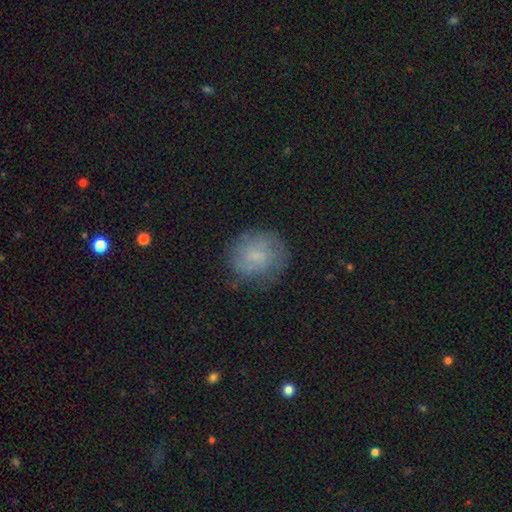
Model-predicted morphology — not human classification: A smooth galaxy with no disk features (55%) that is round (82%).

Vote fractions:
- Smooth or featured? smooth: 55% / featured or disk: 32% / star or artifact: 13%
- How rounded? round: 82% / in between: 17% / cigar-shaped: 1%
- Merging? none: 74% / minor disturbance: 17% / major disturbance: 7% / merger: 1%